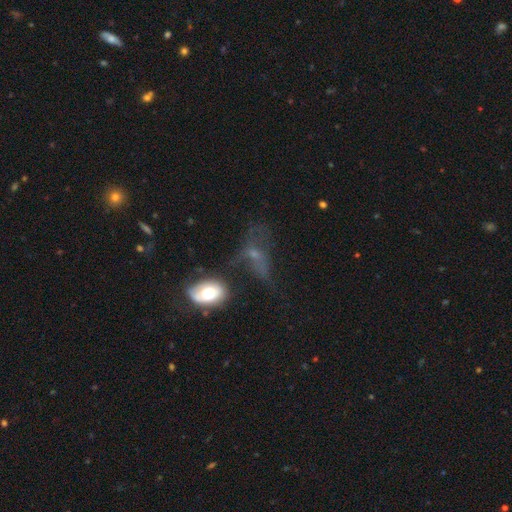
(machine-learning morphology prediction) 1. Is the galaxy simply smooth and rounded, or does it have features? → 40% featured or disk, 39% smooth, 21% star or artifact.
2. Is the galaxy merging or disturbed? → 37% major disturbance, 28% none, 19% minor disturbance, 16% merger.